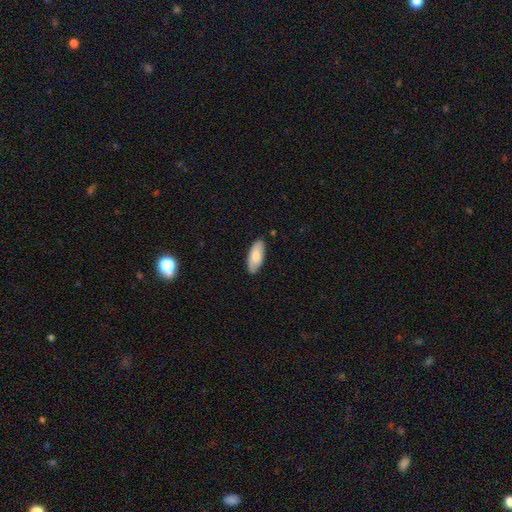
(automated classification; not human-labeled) Smooth or featured?
  - smooth: 79% *
  - featured or disk: 16%
  - star or artifact: 6%
How rounded?
  - in between: 84% *
  - cigar-shaped: 15%
  - round: 2%
Merging?
  - none: 86% *
  - minor disturbance: 11%
  - major disturbance: 2%
  - merger: 1%